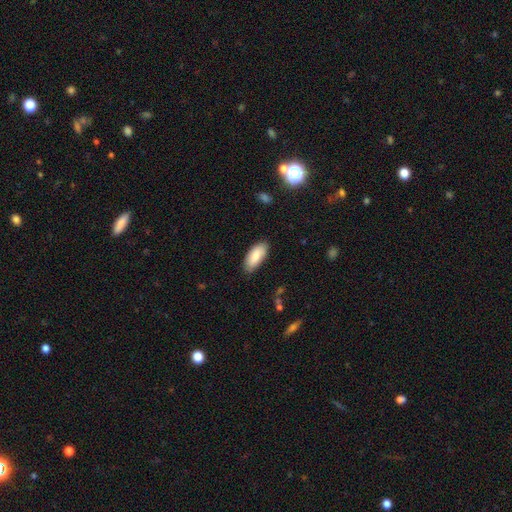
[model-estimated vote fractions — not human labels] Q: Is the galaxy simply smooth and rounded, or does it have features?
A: smooth — 84%.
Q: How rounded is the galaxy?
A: in between — 88%.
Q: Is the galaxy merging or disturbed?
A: none — 83%.